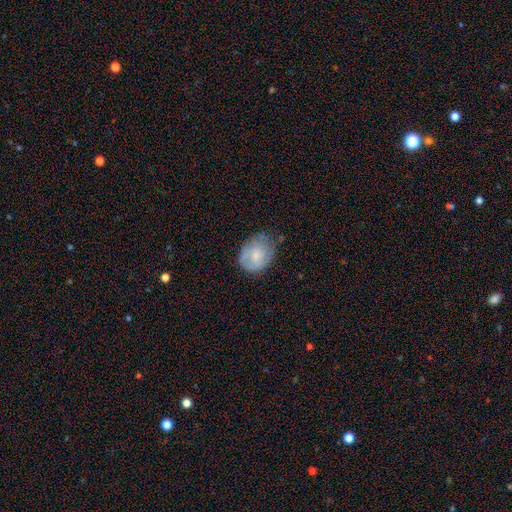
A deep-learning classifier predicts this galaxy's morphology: Smooth or featured: smooth — 67% (featured or disk — 25%)
How rounded: in between — 52% (round — 47%)
Merging: none — 51% (minor disturbance — 34%)